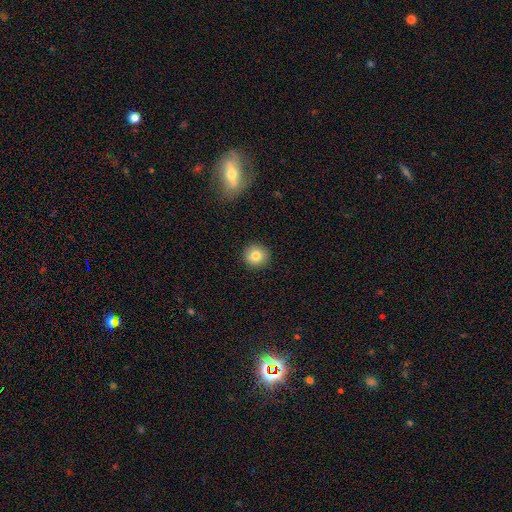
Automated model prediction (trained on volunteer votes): Q: Smooth or featured?
A: smooth (82%); runner-up: star or artifact (10%)
Q: How rounded?
A: round (94%); runner-up: in between (5%)
Q: Merging?
A: none (92%); runner-up: minor disturbance (5%)